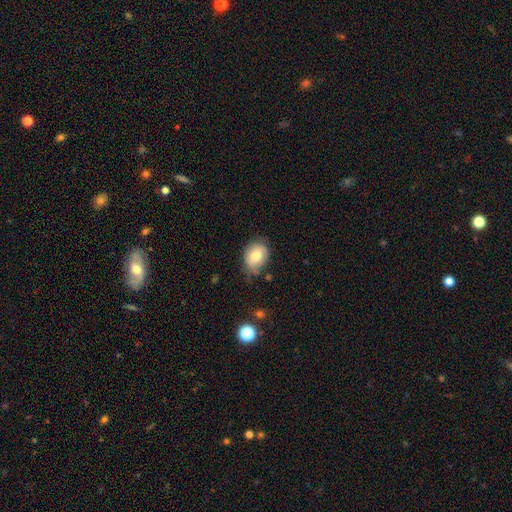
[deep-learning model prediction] Morphology: type=smooth (75%); roundness=in between (62%); merging=none (60%).